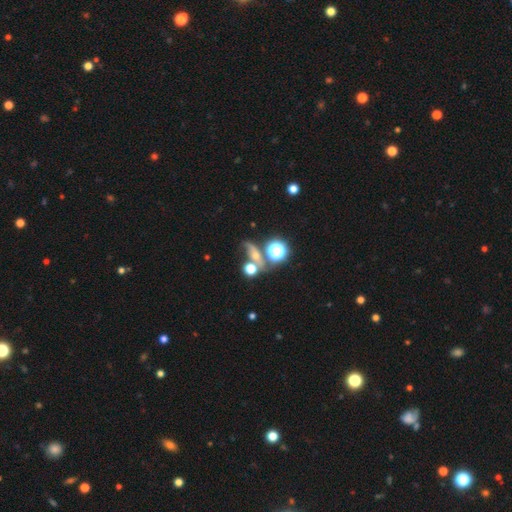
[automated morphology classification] The model was most divided on "smooth or featured": smooth: 43%, star or artifact: 31%, featured or disk: 27%. Remaining: merging — none (42%).